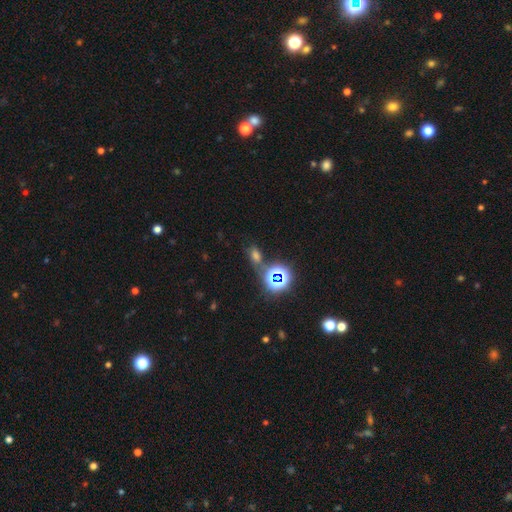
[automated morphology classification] This is possibly a star or artifact rather than a galaxy (45%, tied with smooth).